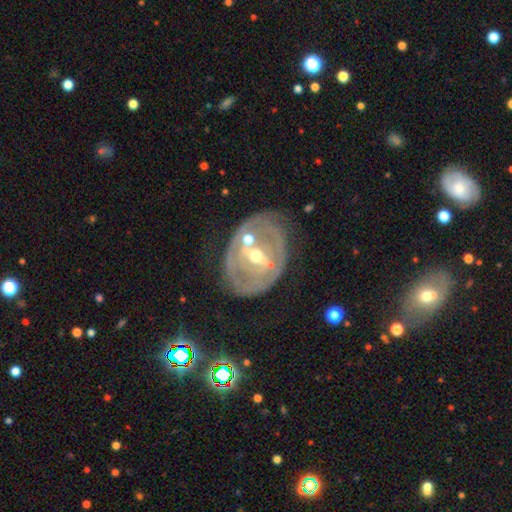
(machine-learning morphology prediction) A featured or disk galaxy (79%) with a weak bar (39%), no spiral arms (50%, tied with yes) and a moderate central bulge (67%).

Vote fractions:
- Smooth or featured? featured or disk: 79% / smooth: 15% / star or artifact: 6%
- Edge-on disk? no: 93% / yes: 7%
- Bar? weak: 39% / strong: 38% / no: 23%
- Spiral arms? no: 50% (tied) / yes: 50% (tied)
- Bulge size? moderate: 67% / small: 27% / large: 4% / none: 1% / dominant: 1%
- Merging? none: 59% / minor disturbance: 20% / merger: 11% / major disturbance: 10%